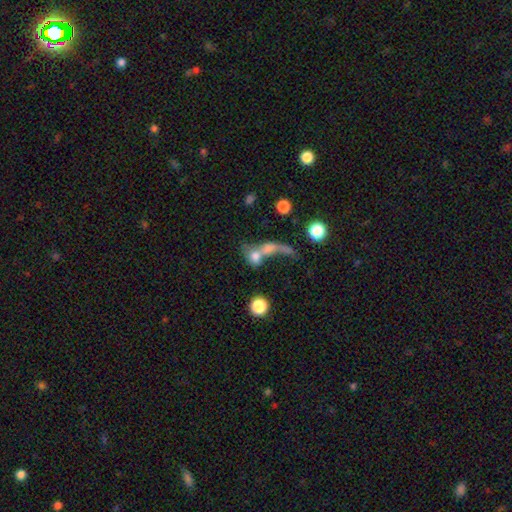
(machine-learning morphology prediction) The model was most divided on "how rounded": in between: 51%, round: 41%, cigar-shaped: 8%. More confident: merging — merger (68%); smooth or featured — smooth (62%).